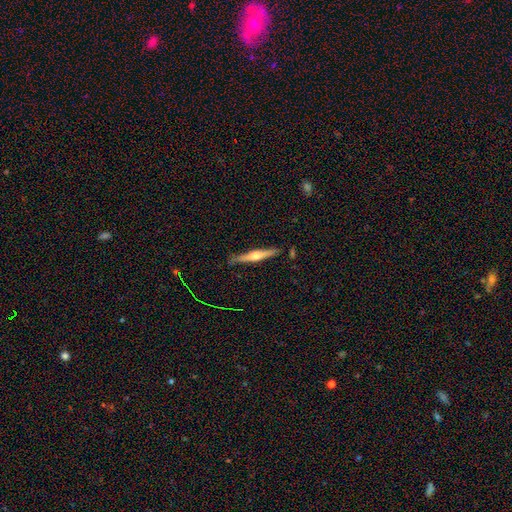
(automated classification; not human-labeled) Smooth or featured?
  - featured or disk: 64% *
  - smooth: 29%
  - star or artifact: 6%
Edge-on disk?
  - yes: 97% *
  - no: 3%
Edge-on bulge?
  - rounded: 90% *
  - none: 6%
  - boxy: 5%
Merging?
  - none: 86% *
  - minor disturbance: 10%
  - merger: 2%
  - major disturbance: 2%